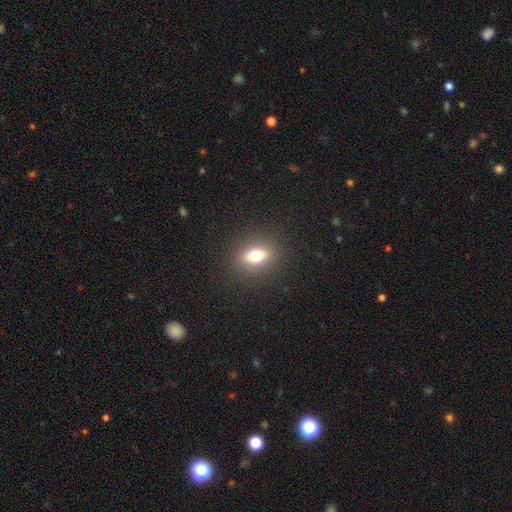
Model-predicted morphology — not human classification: smooth_or_featured: smooth (p=0.72) [alt: featured or disk p=0.16]
how_rounded: in between (p=0.63) [alt: round p=0.32]
merging: none (p=0.88) [alt: minor disturbance p=0.08]